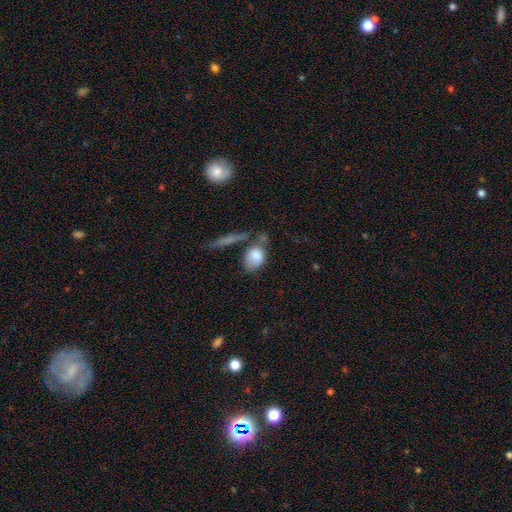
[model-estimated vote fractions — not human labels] The model was most divided on "merging": none: 36%, merger: 24%, minor disturbance: 22%, major disturbance: 18%. More confident: smooth or featured — smooth (80%); how rounded — in between (75%).